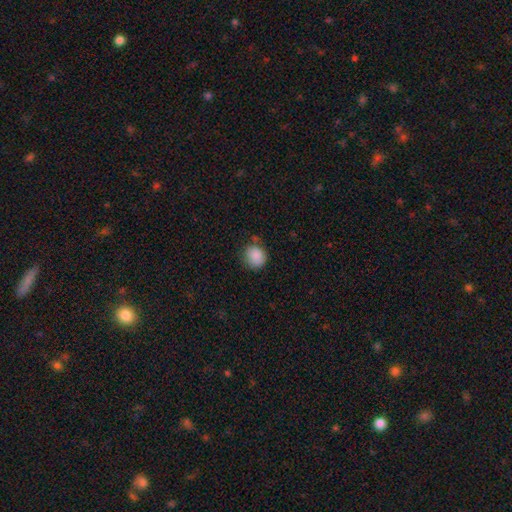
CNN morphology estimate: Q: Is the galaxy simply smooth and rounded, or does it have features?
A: smooth — 88%.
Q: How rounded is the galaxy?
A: round — 80%.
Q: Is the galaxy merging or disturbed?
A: none — 71%.